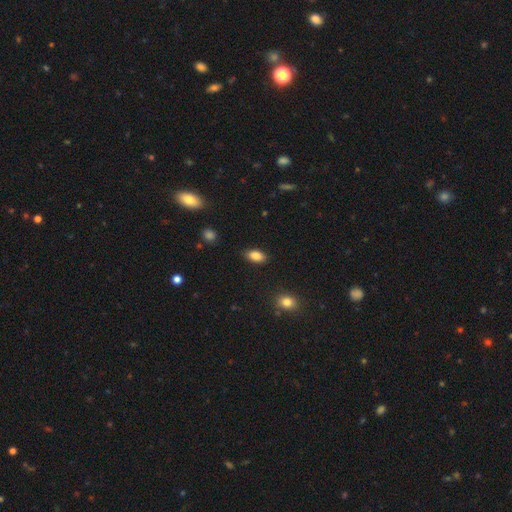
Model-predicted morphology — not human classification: smooth 85%, star or artifact 8%, featured or disk 7%. Down the decision tree: how rounded — in between (90%); merging — none (86%).